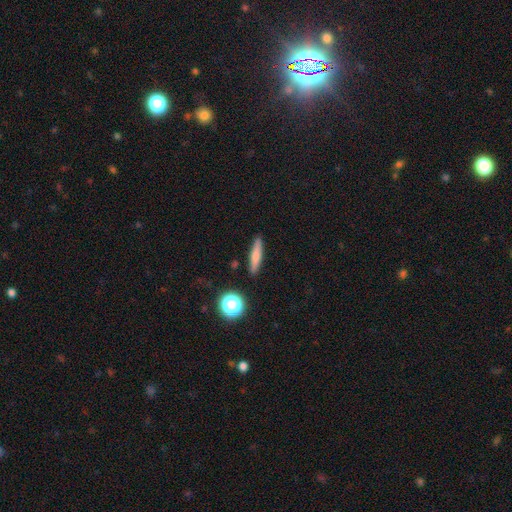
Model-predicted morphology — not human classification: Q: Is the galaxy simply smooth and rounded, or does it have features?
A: smooth — 66%.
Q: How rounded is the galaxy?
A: cigar-shaped — 82%.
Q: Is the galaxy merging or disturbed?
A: none — 88%.